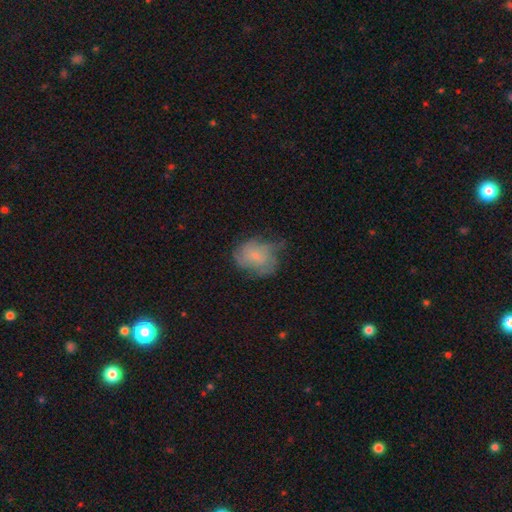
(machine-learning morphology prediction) The model was most divided on "smooth or featured": featured or disk: 47%, smooth: 43%, star or artifact: 9%. Remaining: merging — none (45%).